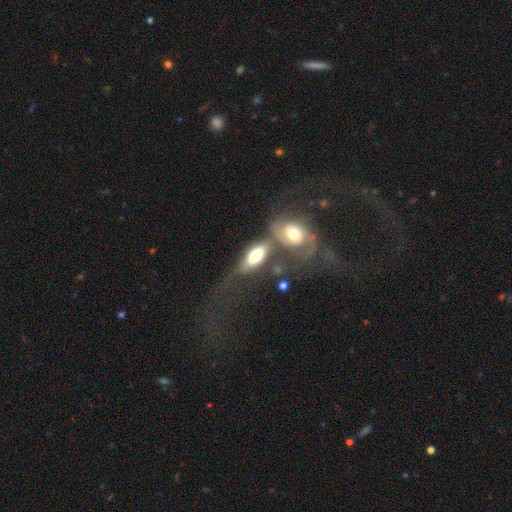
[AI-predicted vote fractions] Smooth or featured?
  - smooth: 53% *
  - featured or disk: 40%
  - star or artifact: 7%
How rounded?
  - in between: 82% *
  - cigar-shaped: 13%
  - round: 5%
Merging?
  - merger: 52% *
  - none: 22%
  - major disturbance: 15%
  - minor disturbance: 12%